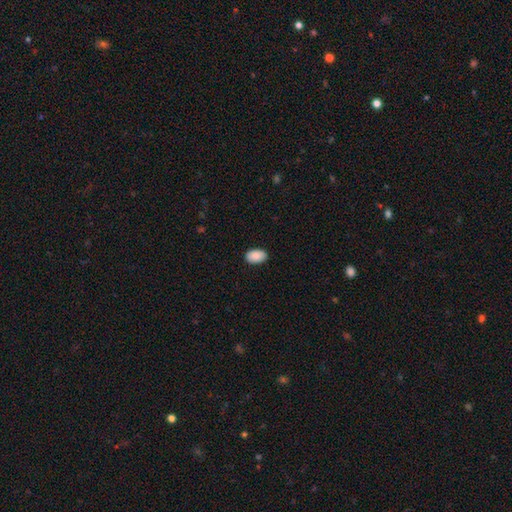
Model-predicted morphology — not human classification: Smooth or featured: smooth — 90% (star or artifact — 6%)
How rounded: in between — 92% (round — 7%)
Merging: none — 89% (minor disturbance — 8%)